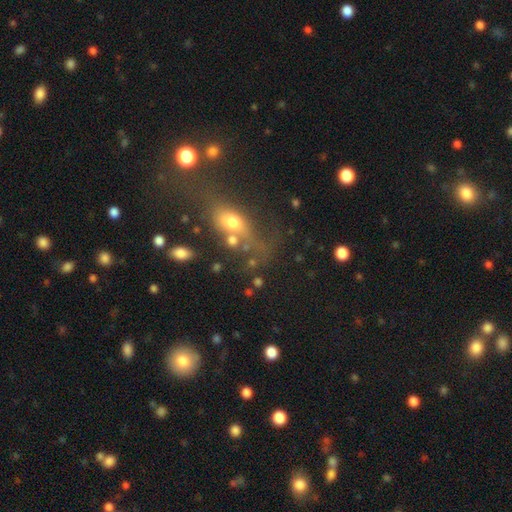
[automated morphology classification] Smooth or featured? Predicted: smooth (p=0.54). How rounded? Predicted: in between (p=0.58). Merging? Predicted: none (p=0.43).